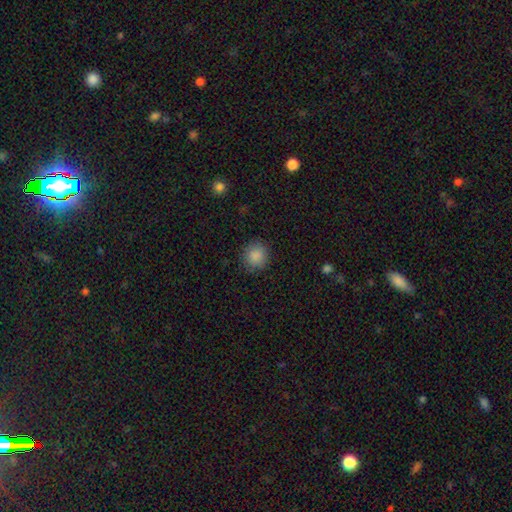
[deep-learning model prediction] A smooth galaxy with no disk features (88%) that is round (88%).

Vote fractions:
- Smooth or featured? smooth: 88% / star or artifact: 9% / featured or disk: 3%
- How rounded? round: 88% / in between: 11% / cigar-shaped: 1%
- Merging? none: 87% / minor disturbance: 9% / major disturbance: 3% / merger: 1%